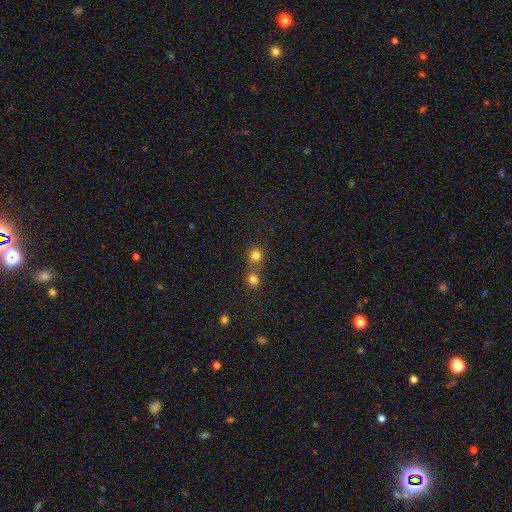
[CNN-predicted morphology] The model was most divided on "merging": none: 53%, merger: 38%, minor disturbance: 6%, major disturbance: 3%. More confident: how rounded — round (88%); smooth or featured — smooth (79%).